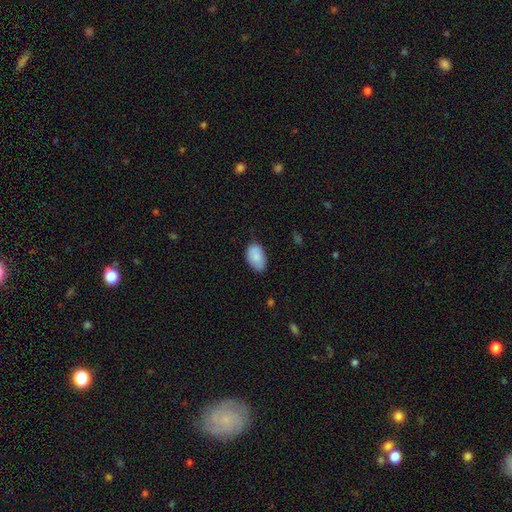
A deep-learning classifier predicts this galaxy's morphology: Smooth or featured: smooth — 87% (star or artifact — 7%)
How rounded: in between — 93% (round — 6%)
Merging: none — 72% (minor disturbance — 23%)